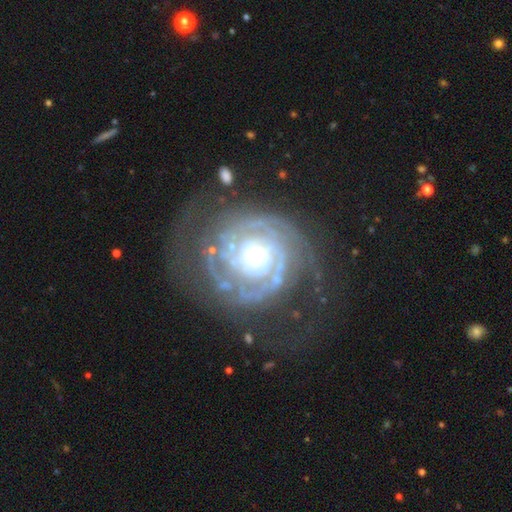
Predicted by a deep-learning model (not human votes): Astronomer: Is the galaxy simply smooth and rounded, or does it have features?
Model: featured or disk — 88%.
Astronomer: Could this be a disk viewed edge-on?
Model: no — 97%.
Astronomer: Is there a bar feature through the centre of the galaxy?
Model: no — 64%.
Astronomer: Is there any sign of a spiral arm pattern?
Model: yes — 95%.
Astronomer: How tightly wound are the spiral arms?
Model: tight — 75%.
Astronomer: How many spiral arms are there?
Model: can't tell — 32% (runner-up: 2, 30%).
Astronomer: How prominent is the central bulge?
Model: moderate — 52% (runner-up: small, 35%).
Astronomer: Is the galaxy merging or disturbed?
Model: none — 63%.